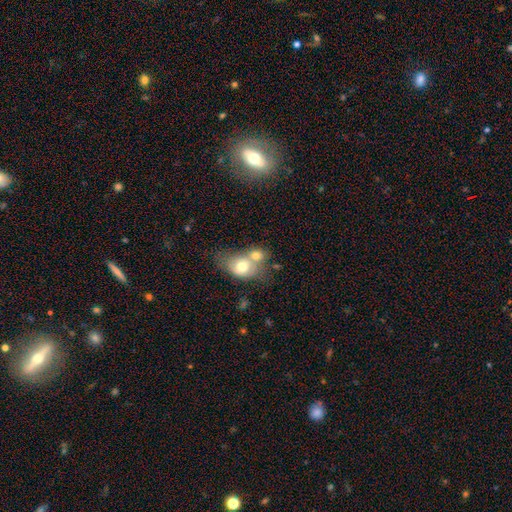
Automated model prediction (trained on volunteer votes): Smooth or featured?
  - smooth: 70% *
  - featured or disk: 21%
  - star or artifact: 9%
How rounded?
  - in between: 51% *
  - round: 48%
  - cigar-shaped: 2%
Merging?
  - merger: 64% *
  - none: 22%
  - minor disturbance: 9%
  - major disturbance: 5%